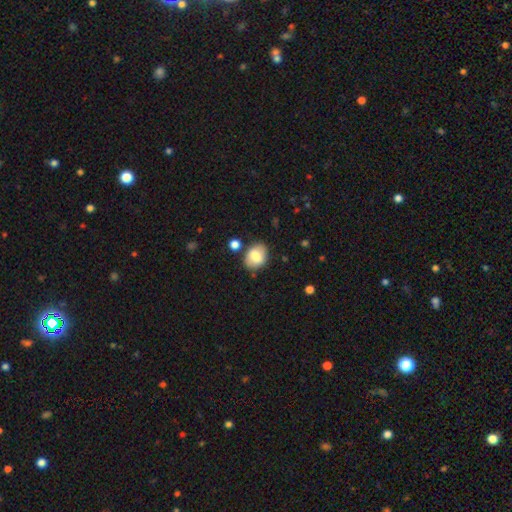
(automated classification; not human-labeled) A smooth galaxy with no disk features (77%) that is in between round and cigar-shaped (62%).

Vote fractions:
- Smooth or featured? smooth: 77% / featured or disk: 15% / star or artifact: 8%
- How rounded? in between: 62% / round: 36% / cigar-shaped: 1%
- Merging? none: 76% / minor disturbance: 14% / merger: 6% / major disturbance: 4%